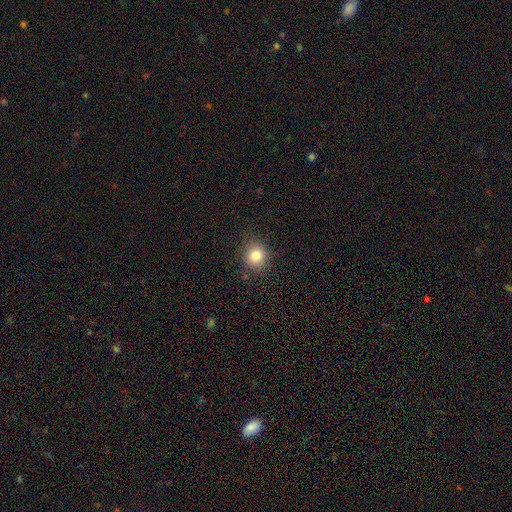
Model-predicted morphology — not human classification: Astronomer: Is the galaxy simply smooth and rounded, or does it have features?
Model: smooth — 82%.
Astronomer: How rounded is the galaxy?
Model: round — 85%.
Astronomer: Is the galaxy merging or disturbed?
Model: none — 87%.